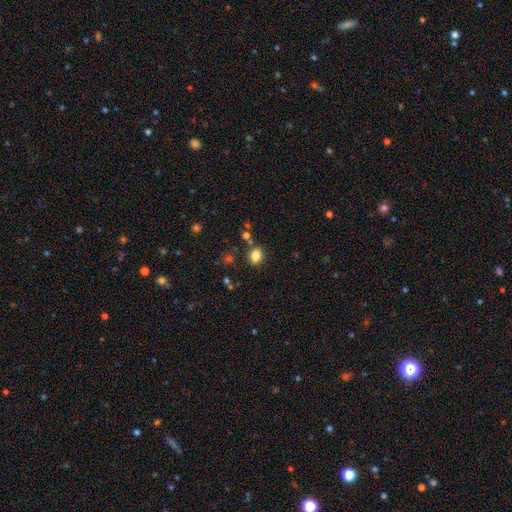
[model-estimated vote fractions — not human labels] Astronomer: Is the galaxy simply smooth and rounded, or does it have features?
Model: smooth — 83%.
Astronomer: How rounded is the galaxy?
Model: in between — 61% (runner-up: round, 37%).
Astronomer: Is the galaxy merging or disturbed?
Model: none — 80%.